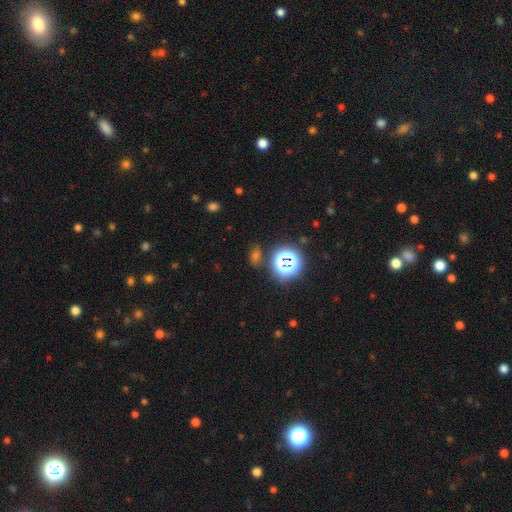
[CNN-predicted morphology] type=star or artifact (48%).